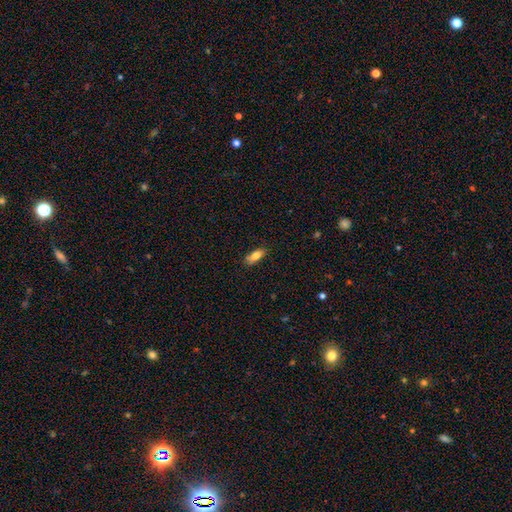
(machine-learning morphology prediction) This appears to be a smooth galaxy with no disk features (78%) that is in between round and cigar-shaped (75%). Merging: none (76%).